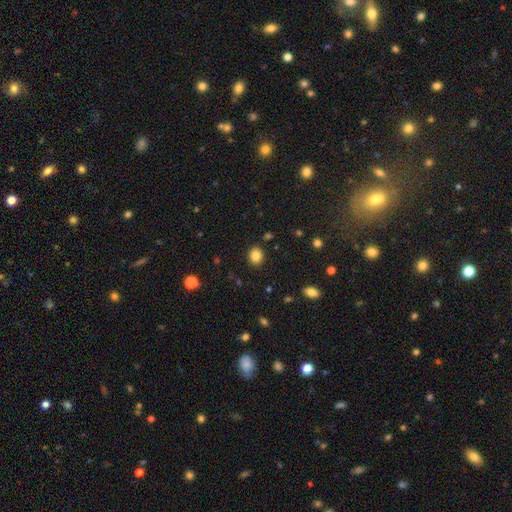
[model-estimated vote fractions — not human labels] smooth-or-featured: smooth: 85% | star or artifact: 11% | featured or disk: 5%
  how-rounded: round: 67% | in between: 32% | cigar-shaped: 1%
  merging: none: 89% | minor disturbance: 7% | major disturbance: 2% | merger: 2%